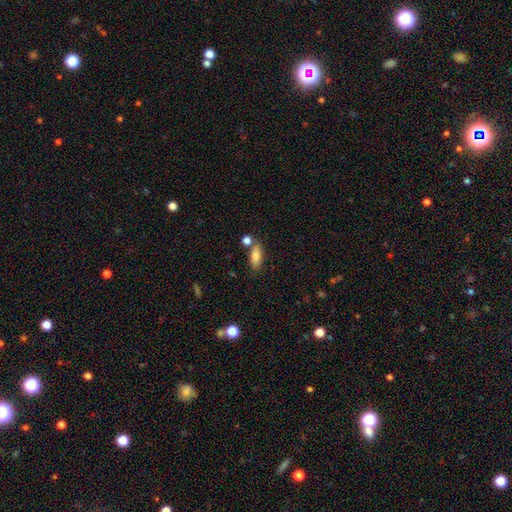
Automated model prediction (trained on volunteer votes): Smooth or featured?
  - smooth: 82% *
  - featured or disk: 11%
  - star or artifact: 8%
How rounded?
  - in between: 71% *
  - cigar-shaped: 25%
  - round: 3%
Merging?
  - none: 69% *
  - merger: 14%
  - minor disturbance: 13%
  - major disturbance: 3%